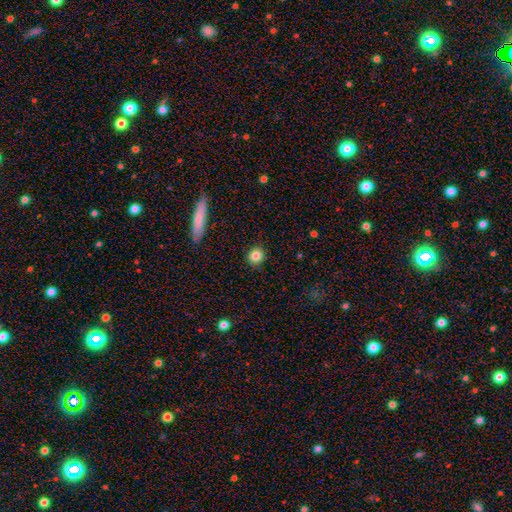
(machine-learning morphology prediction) Smooth or featured? smooth (84%)
How rounded? round (83%)
Merging? none (91%)